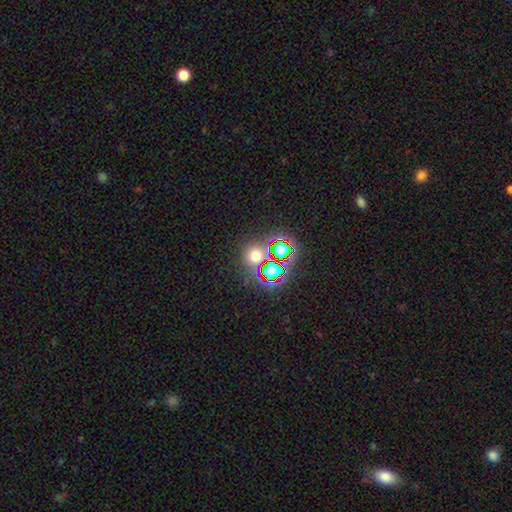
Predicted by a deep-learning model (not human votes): smooth 51%, star or artifact 41%, featured or disk 8%. Down the decision tree: how rounded — round (84%); merging — none (74%).